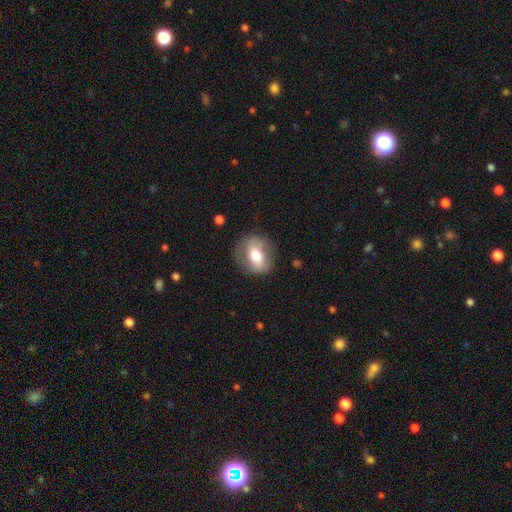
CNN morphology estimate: Smooth or featured? Predicted: smooth (p=0.54). How rounded? Predicted: round (p=0.53). Merging? Predicted: none (p=0.78).